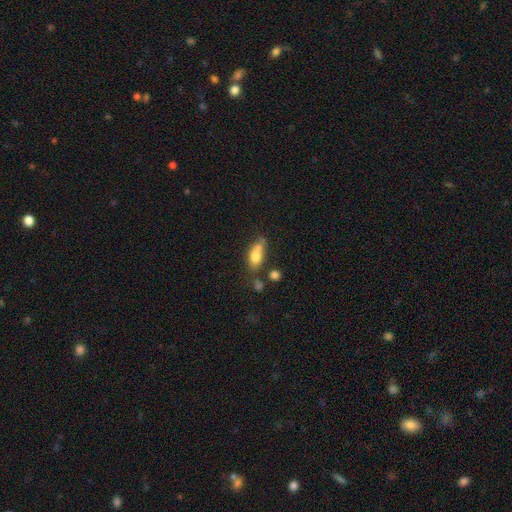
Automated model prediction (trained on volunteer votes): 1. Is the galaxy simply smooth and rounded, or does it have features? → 73% smooth, 18% featured or disk, 9% star or artifact.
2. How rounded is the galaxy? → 79% in between, 12% cigar-shaped, 9% round.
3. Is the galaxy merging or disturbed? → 37% none, 28% merger, 22% minor disturbance, 12% major disturbance.